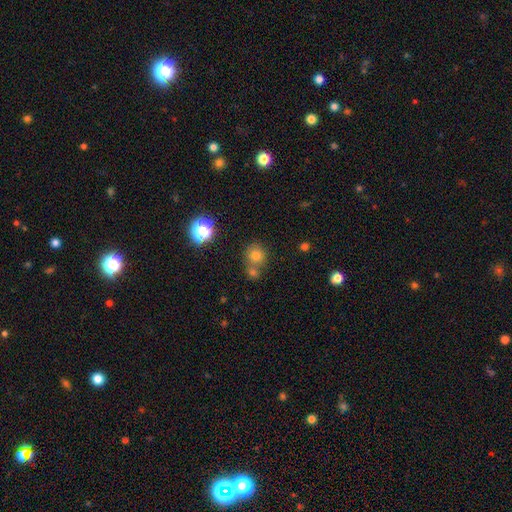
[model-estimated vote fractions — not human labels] Overall: smooth (72%). How rounded: round (87%). Merging: none (54%; merger 34%).